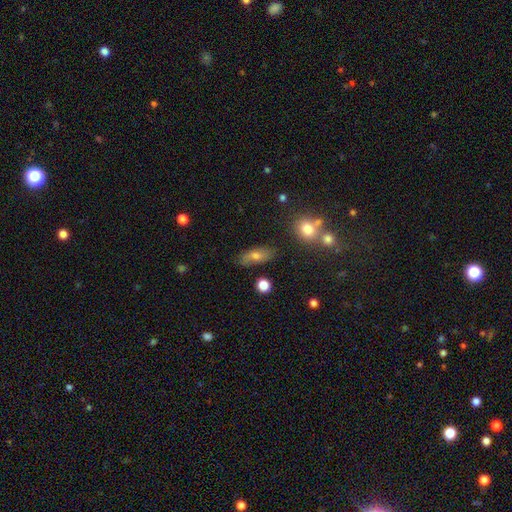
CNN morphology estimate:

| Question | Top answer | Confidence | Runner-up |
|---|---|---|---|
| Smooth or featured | smooth | 69% | featured or disk (22%) |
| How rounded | in between | 74% | cigar-shaped (19%) |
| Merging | none | 76% | minor disturbance (16%) |